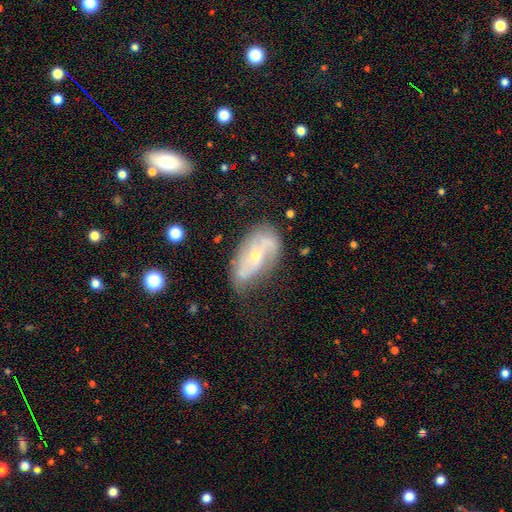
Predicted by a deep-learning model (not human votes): Q: Smooth or featured?
A: featured or disk (72%); runner-up: smooth (20%)
Q: Edge-on disk?
A: no (93%); runner-up: yes (7%)
Q: Bar?
A: no (55%); runner-up: weak (32%)
Q: Spiral arms?
A: yes (81%); runner-up: no (19%)
Q: Spiral winding?
A: loose (40%); runner-up: medium (37%)
Q: Spiral arm count?
A: 2 (68%); runner-up: can't tell (19%)
Q: Bulge size?
A: small (61%); runner-up: moderate (35%)
Q: Merging?
A: none (52%); runner-up: minor disturbance (30%)